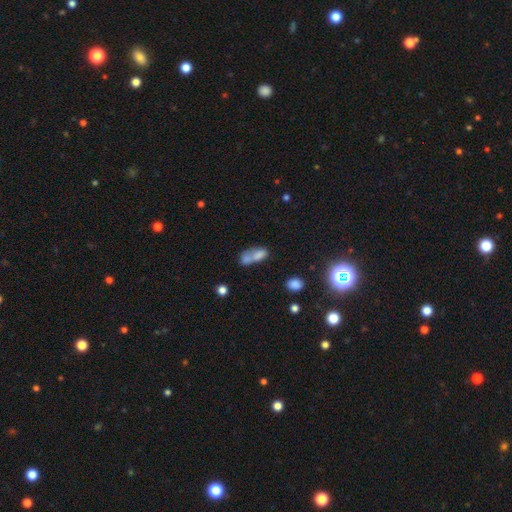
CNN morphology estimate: Smooth or featured: smooth — 70% (featured or disk — 18%)
How rounded: in between — 81% (round — 10%)
Merging: merger — 60% (none — 21%)